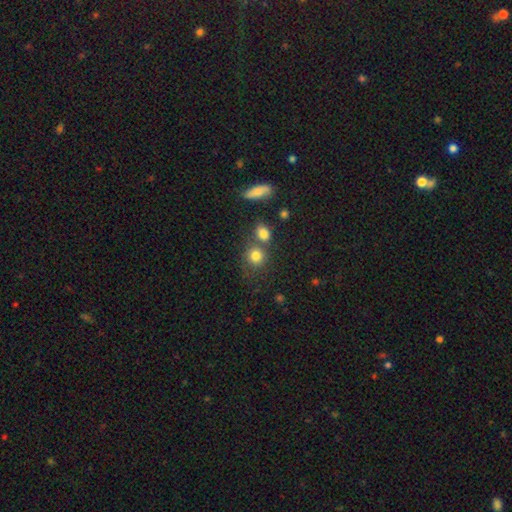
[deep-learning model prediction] smooth_or_featured: smooth (p=0.80) [alt: star or artifact p=0.12]
how_rounded: round (p=0.83) [alt: in between p=0.16]
merging: none (p=0.59) [alt: merger p=0.26]